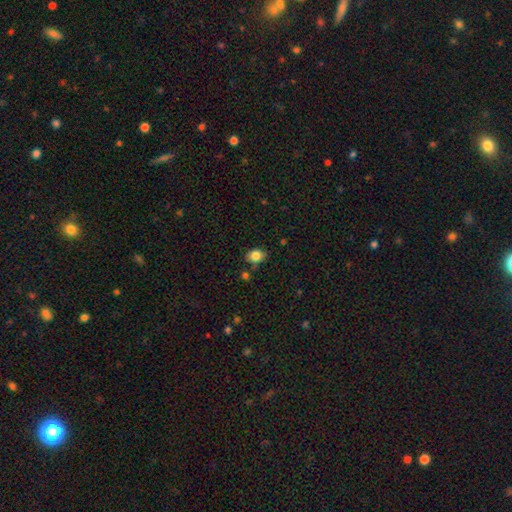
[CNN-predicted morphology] smooth_or_featured: smooth (p=0.84) [alt: star or artifact p=0.10]
how_rounded: in between (p=0.56) [alt: round p=0.43]
merging: none (p=0.78) [alt: minor disturbance p=0.14]